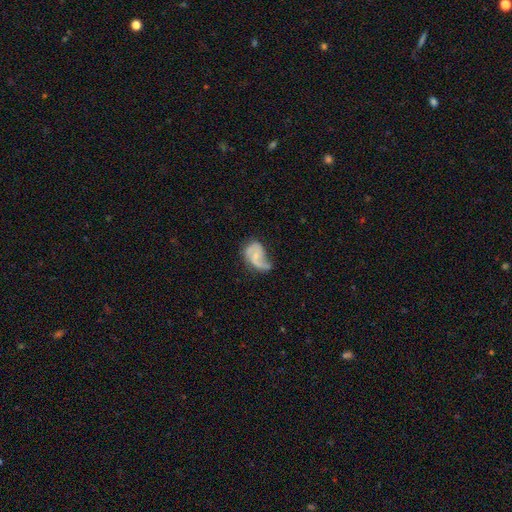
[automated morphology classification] Smooth or featured: featured or disk — 73% (smooth — 21%)
Edge-on disk: no — 98% (yes — 2%)
Bar: no — 59% (weak — 34%)
Spiral arms: yes — 89% (no — 11%)
Spiral winding: loose — 49% (medium — 38%)
Spiral arm count: 2 — 67% (1 — 22%)
Bulge size: small — 60% (moderate — 21%)
Merging: none — 35% (minor disturbance — 31%)